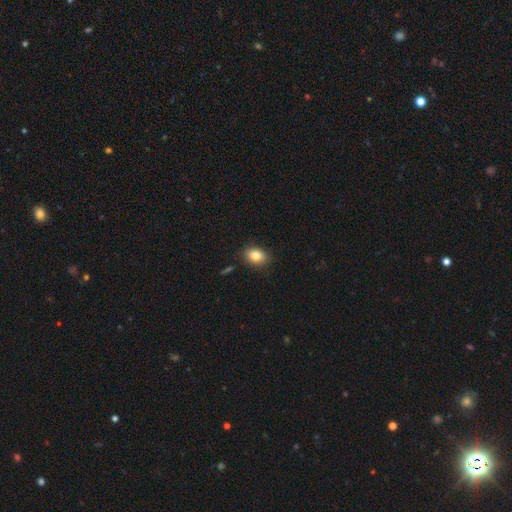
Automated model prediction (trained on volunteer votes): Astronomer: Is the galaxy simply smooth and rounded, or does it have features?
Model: smooth — 82%.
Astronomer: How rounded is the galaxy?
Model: in between — 77%.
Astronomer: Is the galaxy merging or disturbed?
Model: none — 86%.